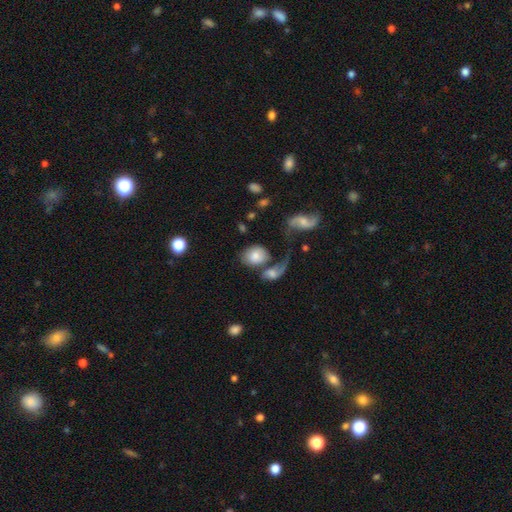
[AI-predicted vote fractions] Smooth or featured: smooth — 69% (featured or disk — 23%)
How rounded: in between — 56% (round — 42%)
Merging: merger — 38% (none — 35%)